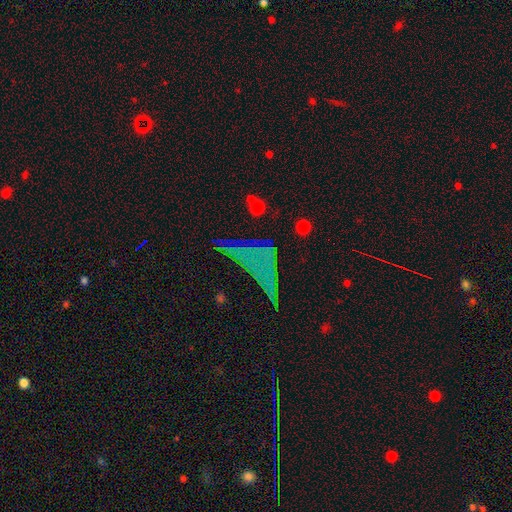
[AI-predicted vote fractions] Smooth or featured? star or artifact (53%)